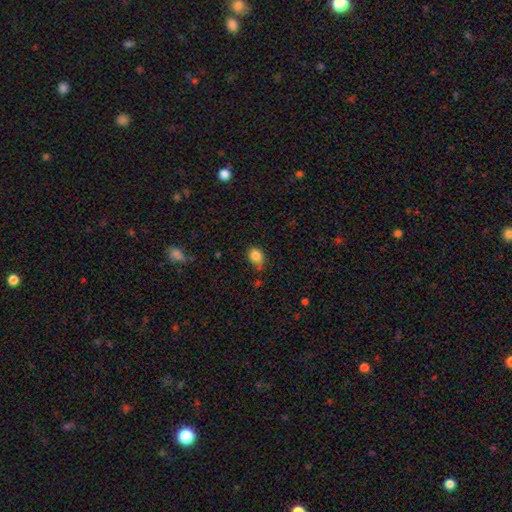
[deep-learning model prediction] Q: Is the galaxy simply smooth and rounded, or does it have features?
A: smooth — 84%.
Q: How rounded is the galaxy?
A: in between — 60%.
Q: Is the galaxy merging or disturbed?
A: none — 64%.